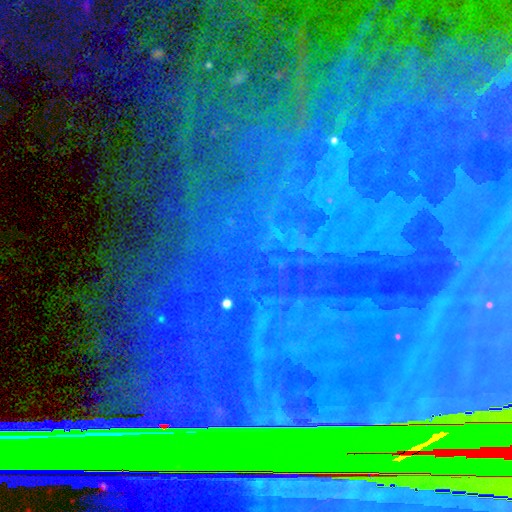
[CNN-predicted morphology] This is likely a star or artifact rather than a galaxy (79%).